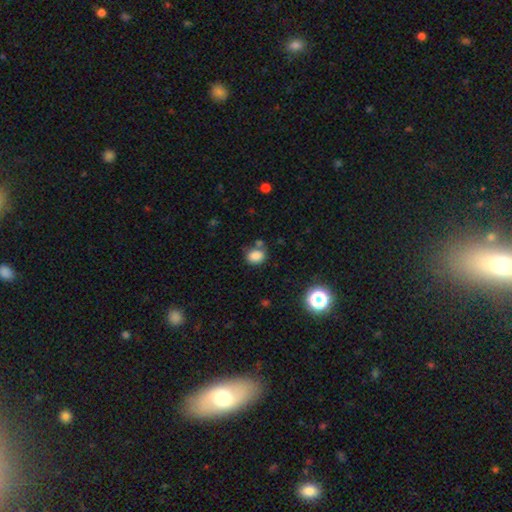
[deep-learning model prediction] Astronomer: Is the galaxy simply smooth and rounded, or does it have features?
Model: smooth — 83%.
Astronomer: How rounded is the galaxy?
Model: in between — 57% (runner-up: round, 42%).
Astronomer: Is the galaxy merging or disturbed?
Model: none — 66%.